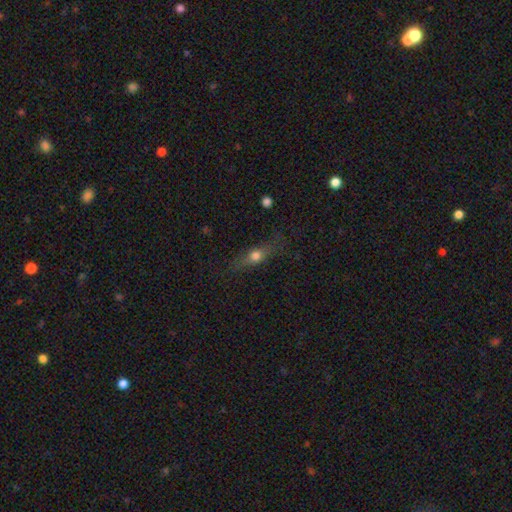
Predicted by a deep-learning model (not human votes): Smooth or featured: smooth — 54% (featured or disk — 35%)
How rounded: cigar-shaped — 49% (in between — 39%)
Merging: none — 74% (minor disturbance — 18%)